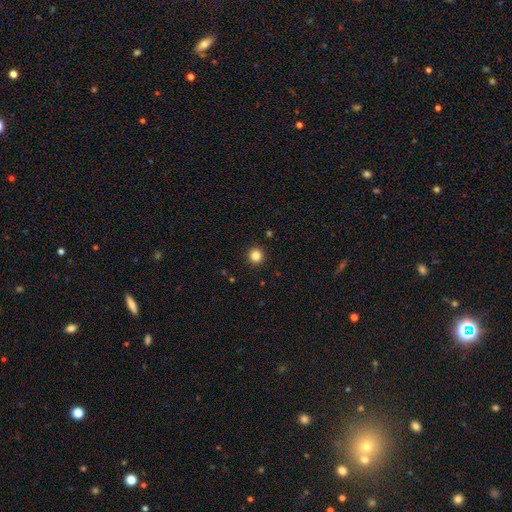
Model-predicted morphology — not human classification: Smooth or featured?
  - smooth: 84% *
  - star or artifact: 12%
  - featured or disk: 4%
How rounded?
  - round: 94% *
  - in between: 5%
  - cigar-shaped: 1%
Merging?
  - none: 93% *
  - minor disturbance: 5%
  - major disturbance: 2%
  - merger: 1%